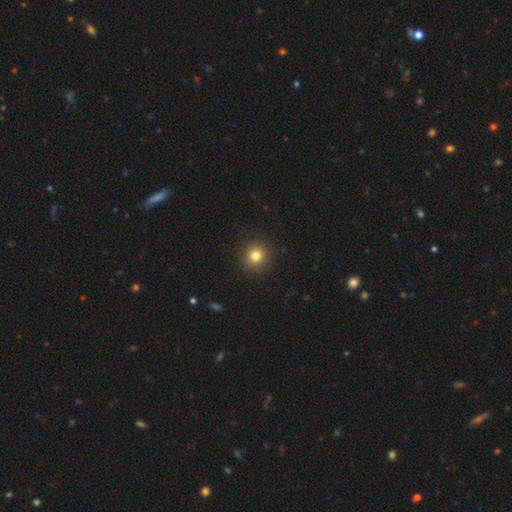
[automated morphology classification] Smooth or featured: smooth — 81% (star or artifact — 13%)
How rounded: round — 94% (in between — 5%)
Merging: none — 92% (minor disturbance — 5%)